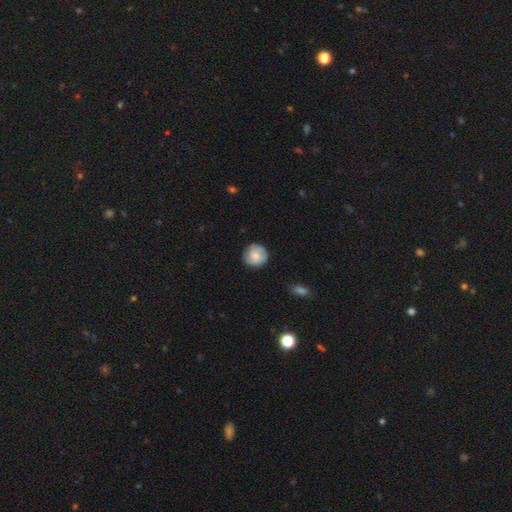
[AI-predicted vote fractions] Q: Smooth or featured?
A: smooth (69%); runner-up: featured or disk (25%)
Q: How rounded?
A: round (90%); runner-up: in between (9%)
Q: Merging?
A: none (80%); runner-up: minor disturbance (16%)